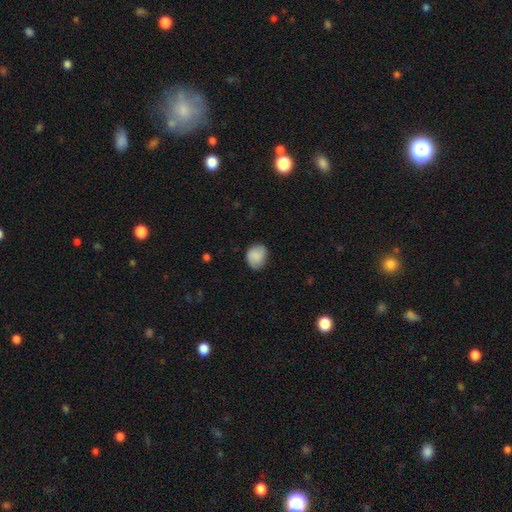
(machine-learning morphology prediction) The model was most divided on "how rounded": round: 57%, in between: 42%, cigar-shaped: 1%. More confident: smooth or featured — smooth (76%); merging — none (72%).